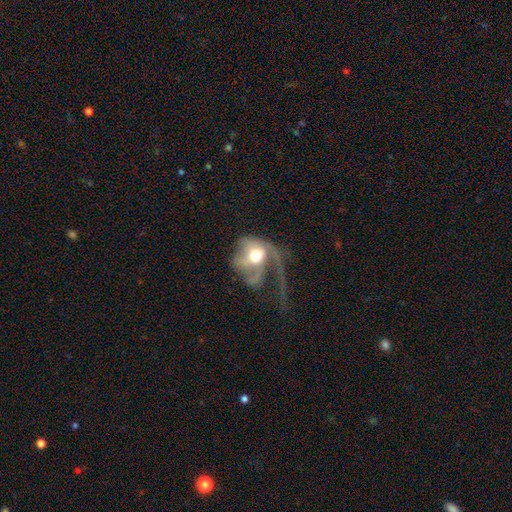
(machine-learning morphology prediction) smooth_or_featured: featured or disk (p=0.58) [alt: smooth p=0.35]
disk_edge_on: no (p=0.96) [alt: yes p=0.04]
bar: no (p=0.74) [alt: weak p=0.20]
has_spiral_arms: yes (p=0.63) [alt: no p=0.37]
bulge_size: moderate (p=0.65) [alt: large p=0.26]
merging: major disturbance (p=0.66) [alt: none p=0.17]